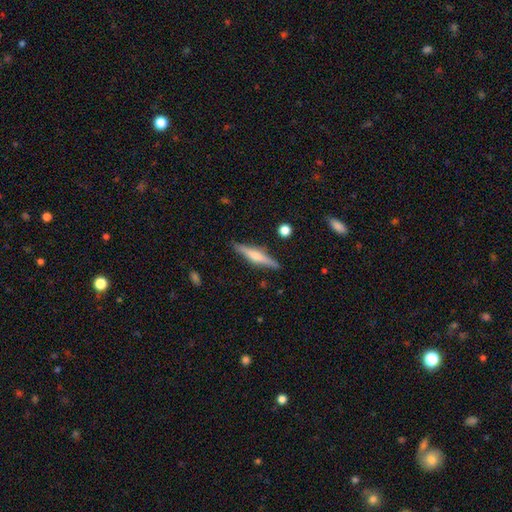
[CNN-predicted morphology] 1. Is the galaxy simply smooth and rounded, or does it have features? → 63% featured or disk, 31% smooth, 6% star or artifact.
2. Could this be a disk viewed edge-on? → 97% yes, 3% no.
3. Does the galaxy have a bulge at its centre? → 76% rounded, 15% boxy, 9% none.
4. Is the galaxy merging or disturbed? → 88% none, 9% minor disturbance, 2% major disturbance, 2% merger.